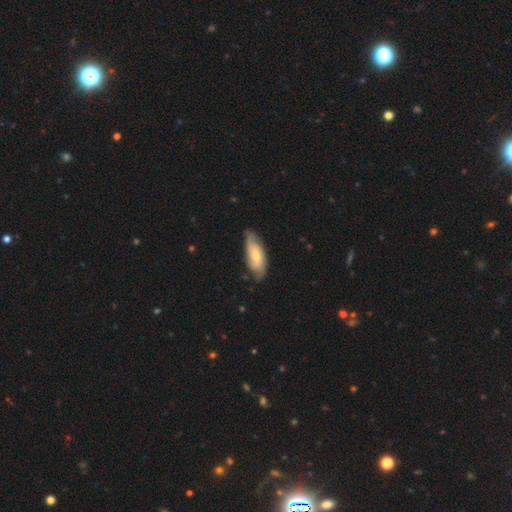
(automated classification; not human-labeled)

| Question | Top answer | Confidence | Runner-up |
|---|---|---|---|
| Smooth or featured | smooth | 49% | featured or disk (46%) |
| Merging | none | 68% | minor disturbance (26%) |